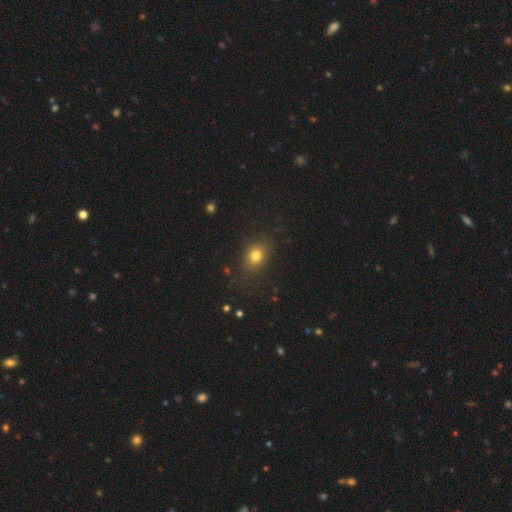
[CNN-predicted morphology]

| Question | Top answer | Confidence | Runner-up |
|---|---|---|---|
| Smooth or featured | smooth | 78% | star or artifact (14%) |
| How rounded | in between | 53% | round (45%) |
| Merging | none | 80% | minor disturbance (13%) |